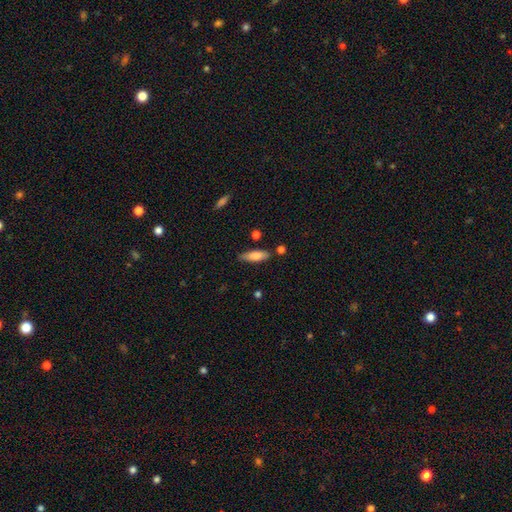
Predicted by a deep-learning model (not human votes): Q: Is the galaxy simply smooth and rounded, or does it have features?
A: smooth — 79%.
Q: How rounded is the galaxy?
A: in between — 52%.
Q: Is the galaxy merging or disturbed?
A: none — 75%.